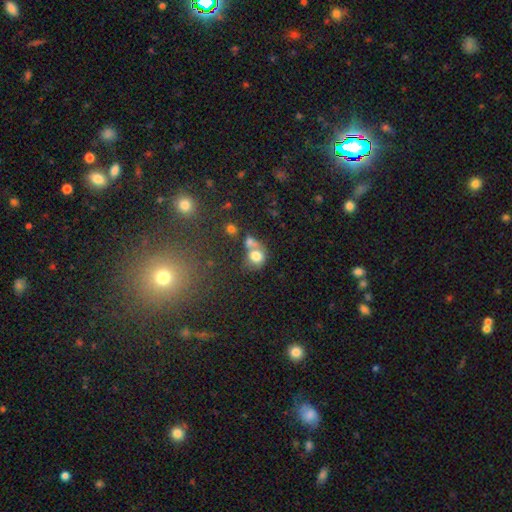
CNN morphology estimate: smooth 73%, featured or disk 15%, star or artifact 12%. Down the decision tree: how rounded — round (64%); merging — merger (51%).